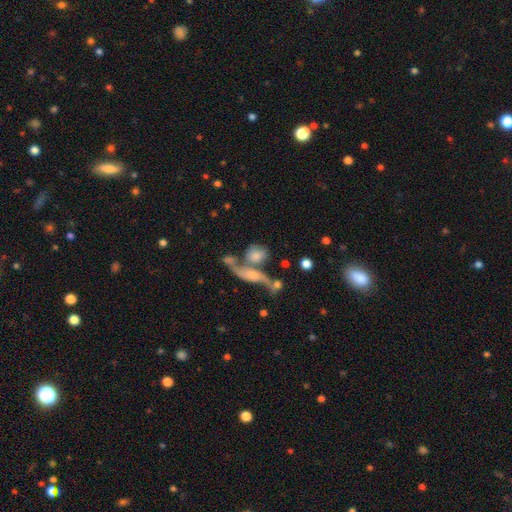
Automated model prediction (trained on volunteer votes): The model was most divided on "how rounded": in between: 49%, round: 43%, cigar-shaped: 9%. Remaining: smooth or featured — smooth (59%); merging — merger (43%).